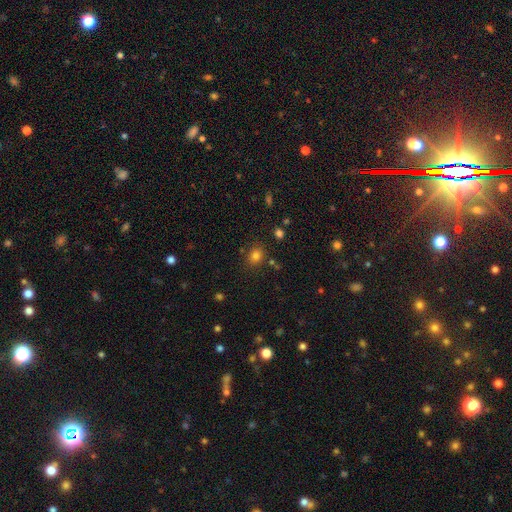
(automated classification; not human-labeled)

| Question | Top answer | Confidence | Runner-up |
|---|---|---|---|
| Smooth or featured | smooth | 80% | star or artifact (15%) |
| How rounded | round | 58% | in between (41%) |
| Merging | none | 80% | minor disturbance (12%) |